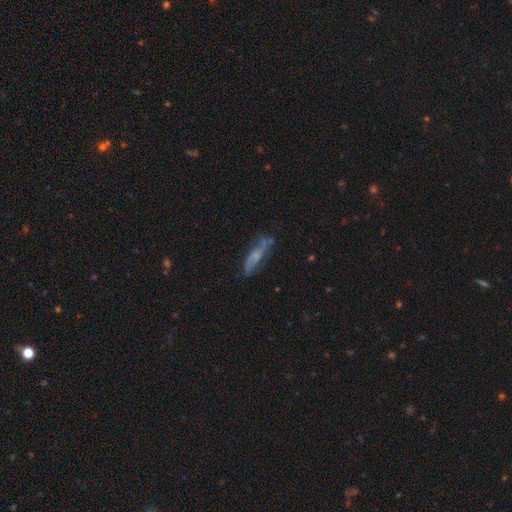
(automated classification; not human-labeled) The model was most divided on "smooth or featured": smooth: 46%, featured or disk: 44%, star or artifact: 10%. More confident: merging — none (59%).